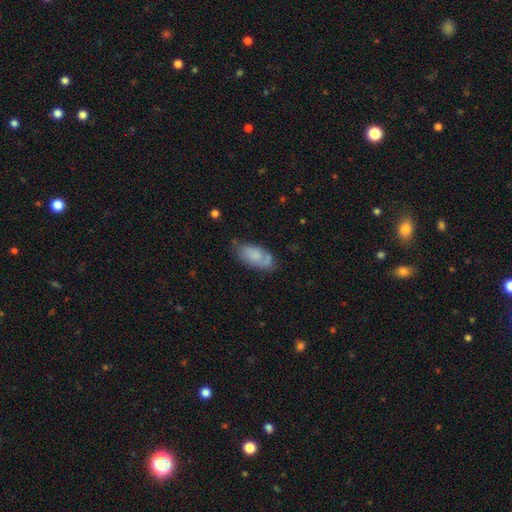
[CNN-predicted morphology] smooth_or_featured: smooth (p=0.70) [alt: featured or disk p=0.22]
how_rounded: in between (p=0.91) [alt: cigar-shaped p=0.06]
merging: none (p=0.61) [alt: minor disturbance p=0.26]